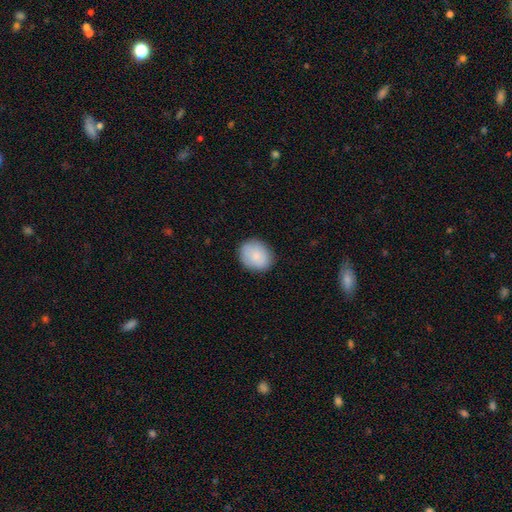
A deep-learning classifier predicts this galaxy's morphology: A smooth galaxy with no disk features (85%) that is round (58%).

Vote fractions:
- Smooth or featured? smooth: 85% / featured or disk: 8% / star or artifact: 7%
- How rounded? round: 58% / in between: 41% / cigar-shaped: 1%
- Merging? none: 85% / minor disturbance: 11% / major disturbance: 3% / merger: 1%